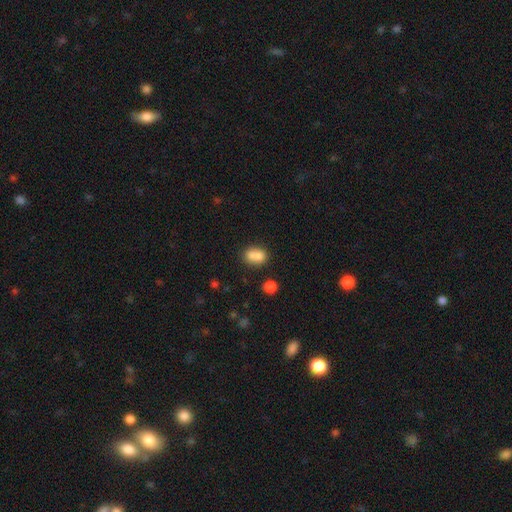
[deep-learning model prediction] Morphology: type=smooth (77%); roundness=in between (58%); merging=merger (48%).